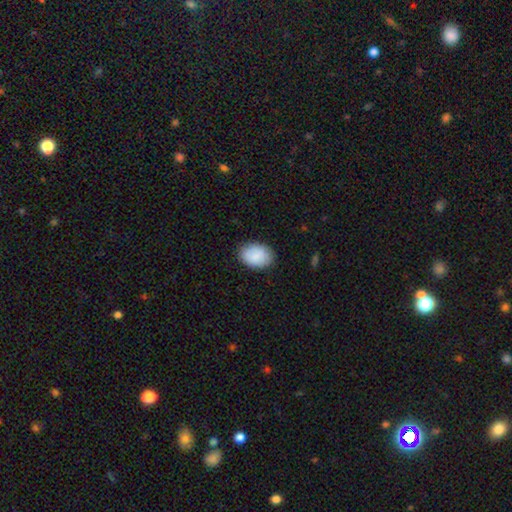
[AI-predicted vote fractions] smooth 89%, star or artifact 6%, featured or disk 5%. Down the decision tree: how rounded — in between (84%); merging — none (86%).